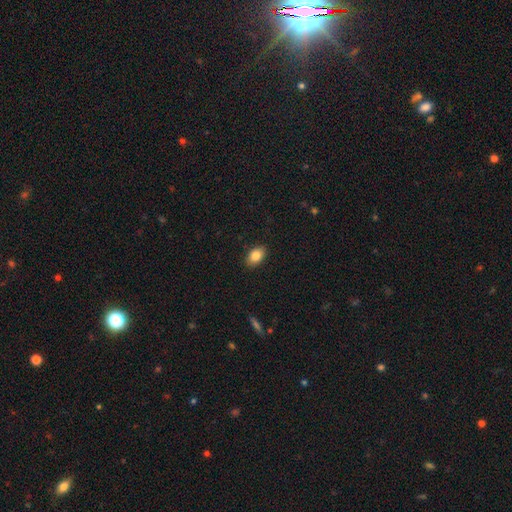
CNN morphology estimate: Smooth or featured?
  - smooth: 85% *
  - star or artifact: 8%
  - featured or disk: 7%
How rounded?
  - in between: 86% *
  - round: 12%
  - cigar-shaped: 1%
Merging?
  - none: 89% *
  - minor disturbance: 8%
  - major disturbance: 2%
  - merger: 1%